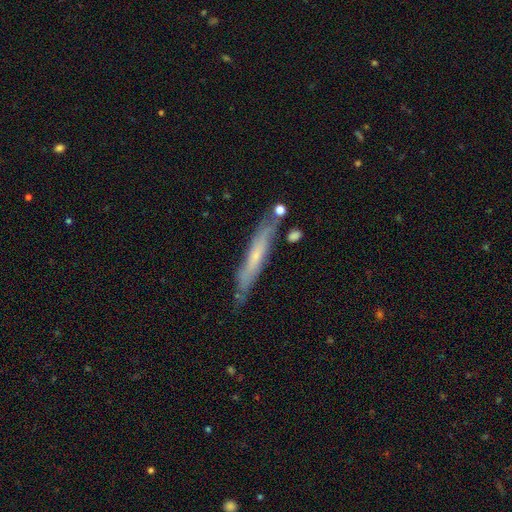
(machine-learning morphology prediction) The model was most divided on "smooth or featured": featured or disk: 55%, smooth: 39%, star or artifact: 7%. More confident: edge-on disk — yes (76%); merging — none (73%).